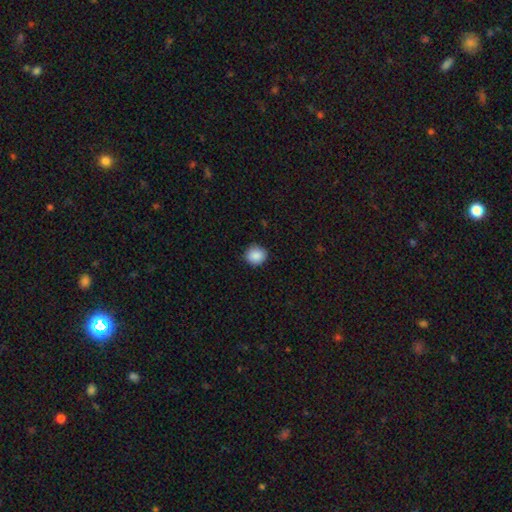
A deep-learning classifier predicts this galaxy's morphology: This appears to be a smooth galaxy with no disk features (89%) that is round (87%). Merging: none (88%).